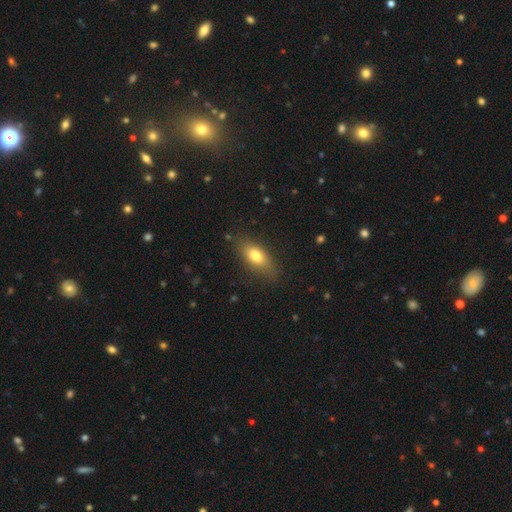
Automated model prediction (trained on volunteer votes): smooth-or-featured: smooth: 76% | featured or disk: 16% | star or artifact: 8%
  how-rounded: in between: 79% | cigar-shaped: 16% | round: 5%
  merging: none: 80% | minor disturbance: 14% | major disturbance: 4% | merger: 1%